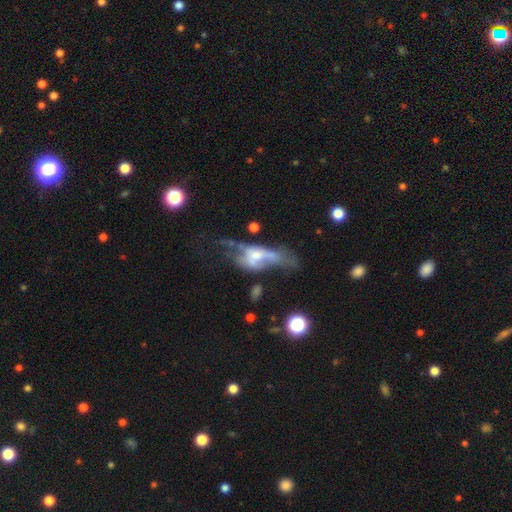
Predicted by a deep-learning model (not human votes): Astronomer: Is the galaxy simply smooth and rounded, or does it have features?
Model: featured or disk — 58%.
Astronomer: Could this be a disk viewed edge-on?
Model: no — 83%.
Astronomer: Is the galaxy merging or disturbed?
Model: major disturbance — 48%.